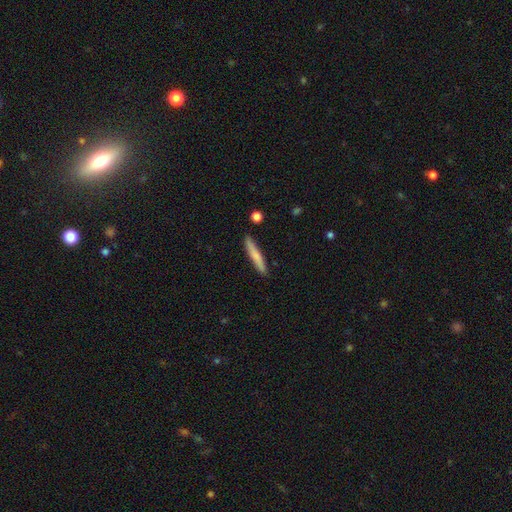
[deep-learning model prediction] This appears to be a smooth galaxy with no disk features (69%) that is cigar-shaped (94%). Merging: none (88%).